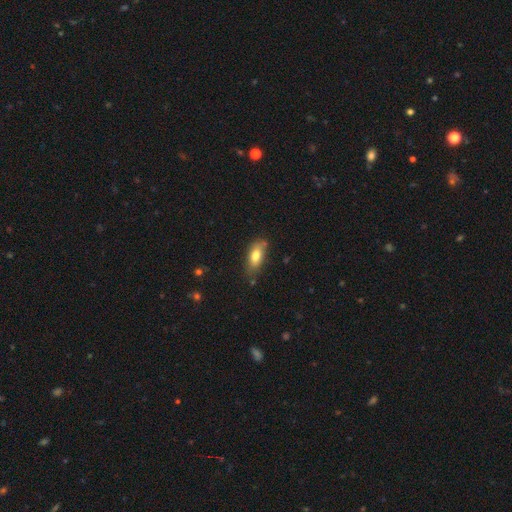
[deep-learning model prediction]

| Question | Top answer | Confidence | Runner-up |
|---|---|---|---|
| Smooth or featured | smooth | 79% | featured or disk (14%) |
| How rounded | in between | 82% | cigar-shaped (14%) |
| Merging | none | 70% | minor disturbance (22%) |